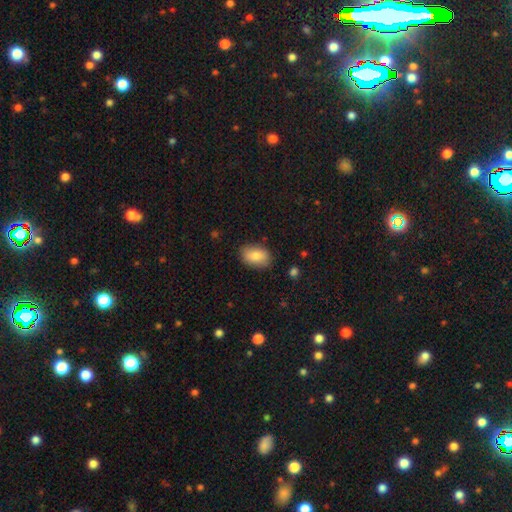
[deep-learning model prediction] Smooth or featured: smooth — 83% (featured or disk — 10%)
How rounded: in between — 89% (round — 9%)
Merging: none — 83% (minor disturbance — 13%)